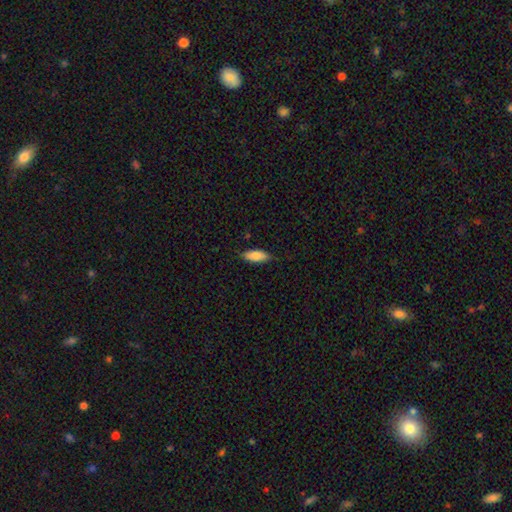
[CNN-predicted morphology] Smooth or featured: smooth — 84% (featured or disk — 9%)
How rounded: in between — 78% (cigar-shaped — 20%)
Merging: none — 79% (minor disturbance — 17%)